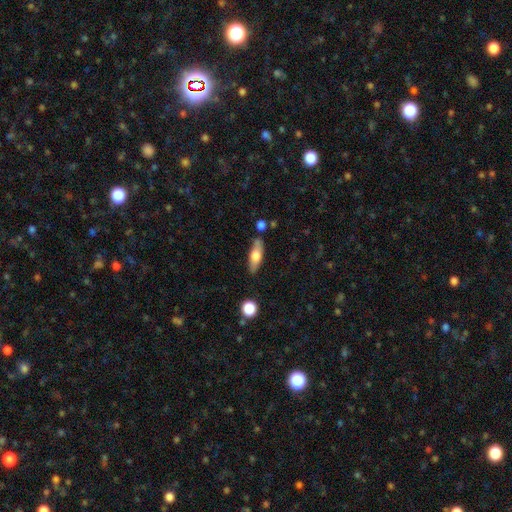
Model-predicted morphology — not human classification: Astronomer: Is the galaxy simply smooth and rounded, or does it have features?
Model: smooth — 59% (runner-up: featured or disk, 35%).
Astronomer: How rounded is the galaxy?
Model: in between — 55% (runner-up: cigar-shaped, 42%).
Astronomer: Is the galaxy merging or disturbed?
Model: none — 75%.